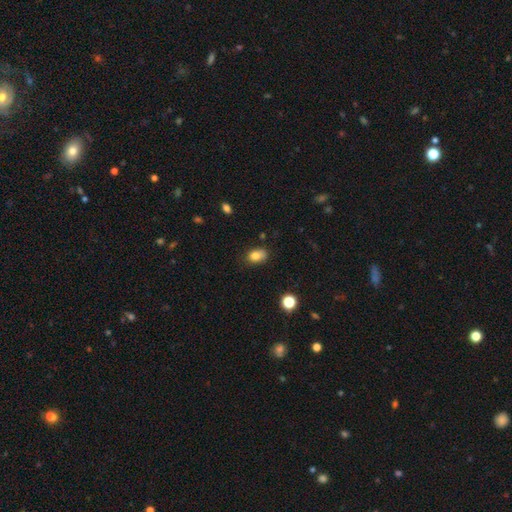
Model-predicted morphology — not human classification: A smooth galaxy with no disk features (81%) that is in between round and cigar-shaped (77%).

Vote fractions:
- Smooth or featured? smooth: 81% / star or artifact: 10% / featured or disk: 8%
- How rounded? in between: 77% / round: 21% / cigar-shaped: 1%
- Merging? none: 70% / minor disturbance: 23% / major disturbance: 4% / merger: 3%